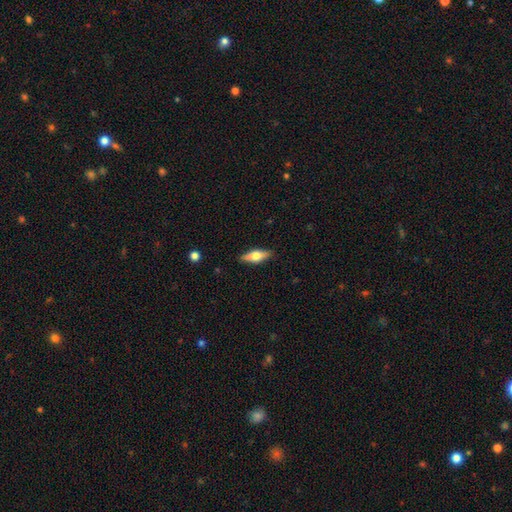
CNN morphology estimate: type=smooth (55%); roundness=in between (56%); merging=none (87%).